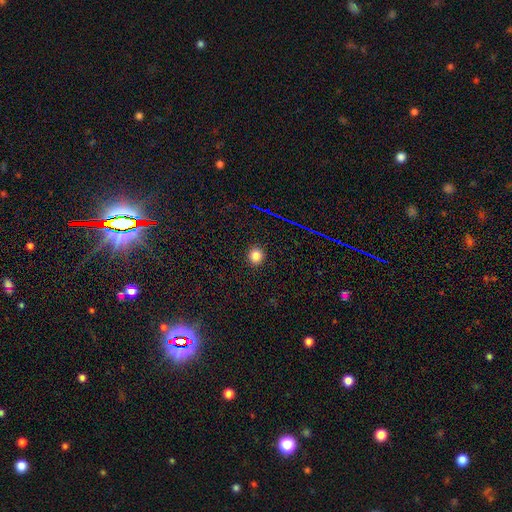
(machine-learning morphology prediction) A smooth galaxy with no disk features (81%) that is round (89%). Merging: none (91%).